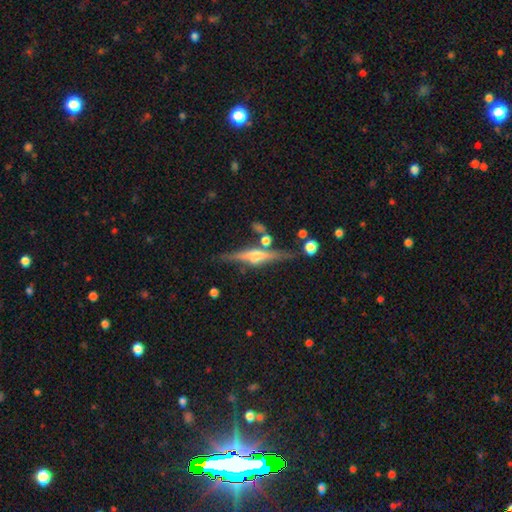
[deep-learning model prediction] Smooth or featured? featured or disk (79%)
Edge-on disk? yes (97%)
Edge-on bulge? rounded (90%)
Merging? none (81%)